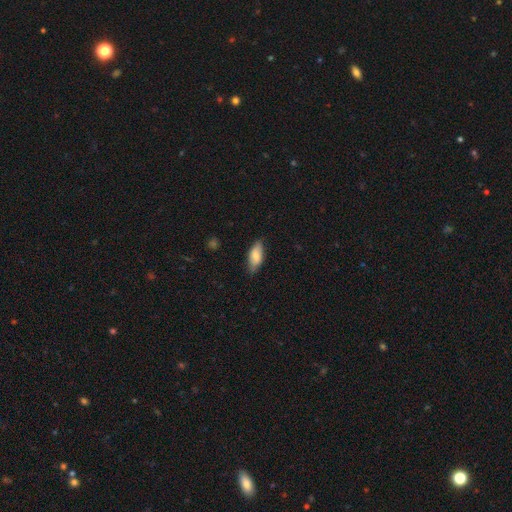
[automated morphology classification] type=smooth (75%); roundness=in between (83%); merging=none (76%).